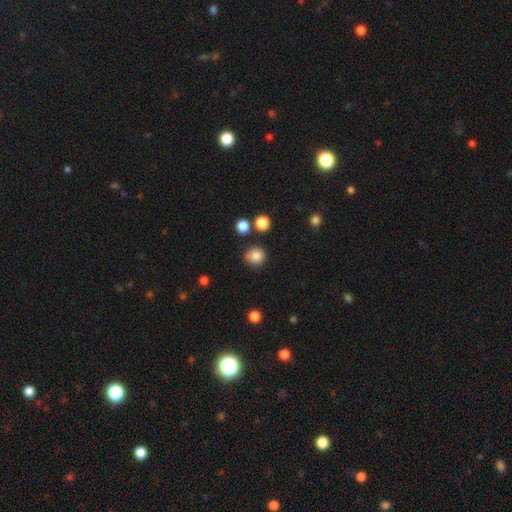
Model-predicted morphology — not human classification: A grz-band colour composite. It shows a smooth galaxy with no disk features (84%) that is round (90%). Merging: none (81%).